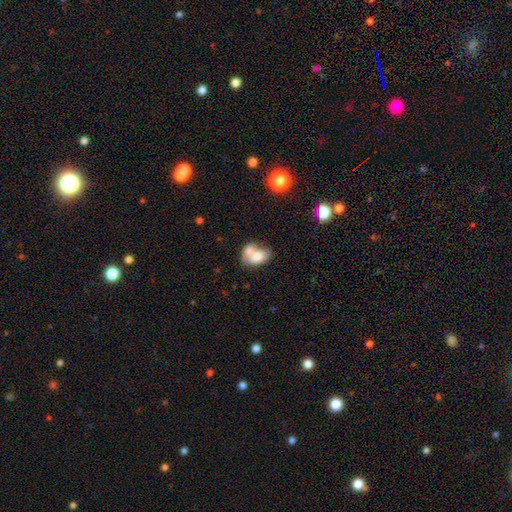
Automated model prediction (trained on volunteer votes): Smooth or featured?
  - smooth: 72% *
  - featured or disk: 21%
  - star or artifact: 7%
How rounded?
  - in between: 84% *
  - round: 15%
  - cigar-shaped: 2%
Merging?
  - merger: 65% *
  - none: 21%
  - minor disturbance: 9%
  - major disturbance: 5%